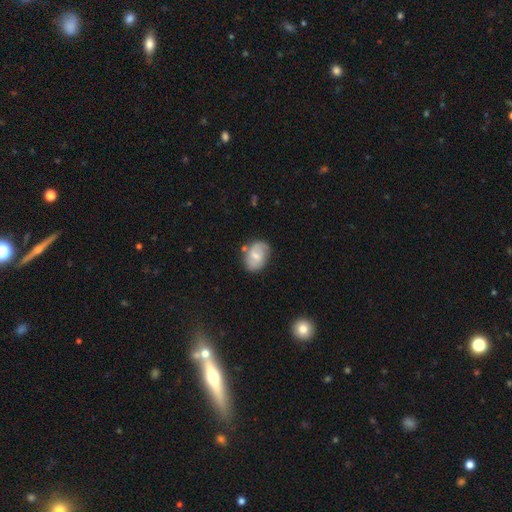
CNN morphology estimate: Smooth or featured? featured or disk (48%)
Merging? none (68%)